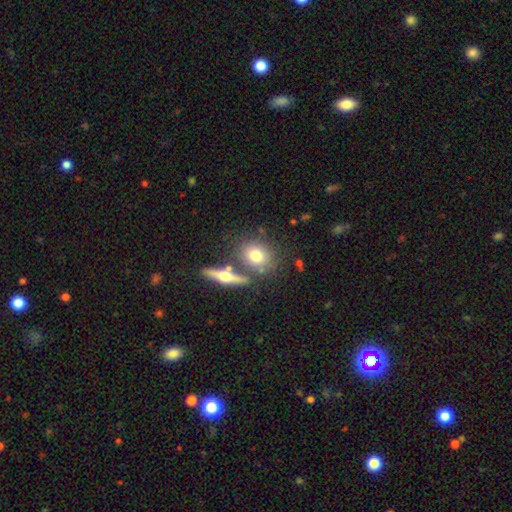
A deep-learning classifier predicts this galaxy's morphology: This is likely a smooth galaxy (68%). How rounded: likely round (65%). Merging: likely none (66%).